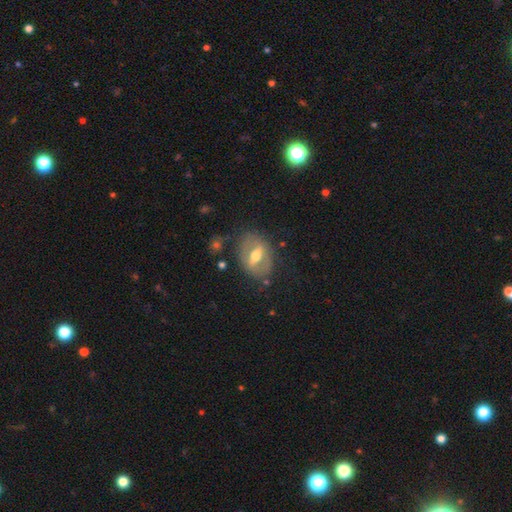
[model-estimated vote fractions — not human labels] A featured or disk galaxy (64%) with a strong bar (56%), no spiral arms (76%) and a moderate central bulge (73%). Merging: none (71%).